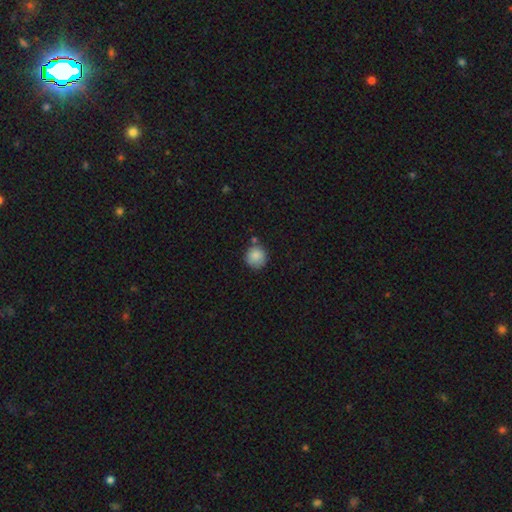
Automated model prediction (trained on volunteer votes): The model was most divided on "merging": none: 75%, minor disturbance: 14%, merger: 8%, major disturbance: 3%. More confident: how rounded — round (92%); smooth or featured — smooth (86%).